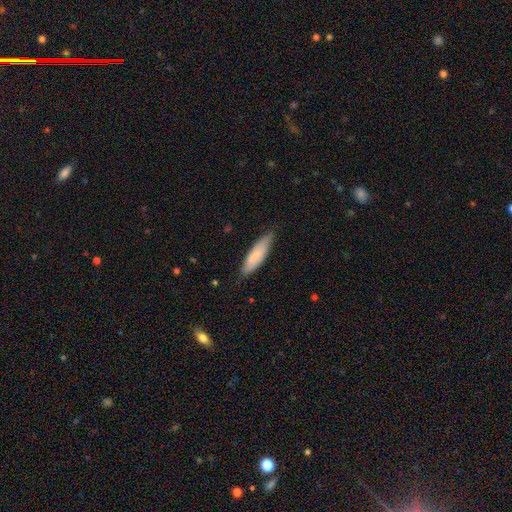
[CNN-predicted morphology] Smooth or featured?
  - smooth: 76% *
  - featured or disk: 19%
  - star or artifact: 6%
How rounded?
  - cigar-shaped: 59% *
  - in between: 40%
  - round: 1%
Merging?
  - none: 77% *
  - minor disturbance: 19%
  - major disturbance: 3%
  - merger: 1%